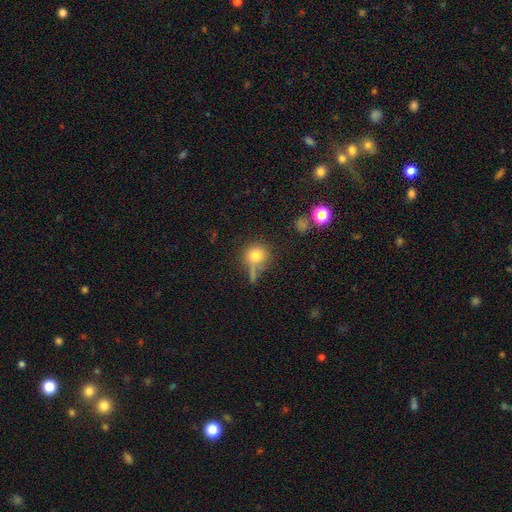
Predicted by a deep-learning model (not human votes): This appears to be a smooth galaxy with no disk features (77%) that is round (88%). Merging: none (60%).